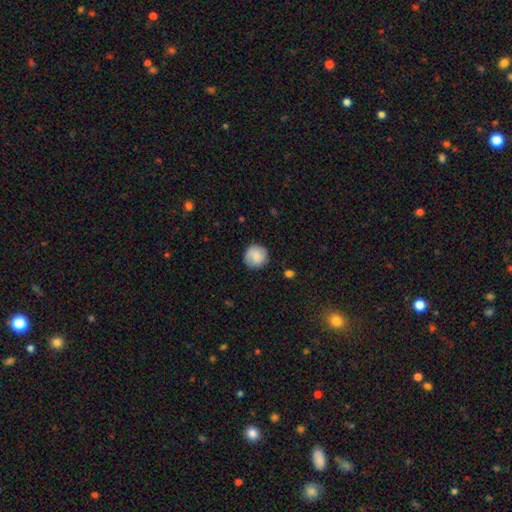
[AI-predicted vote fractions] Q: Smooth or featured?
A: smooth (78%); runner-up: featured or disk (15%)
Q: How rounded?
A: round (94%); runner-up: in between (5%)
Q: Merging?
A: none (85%); runner-up: minor disturbance (11%)